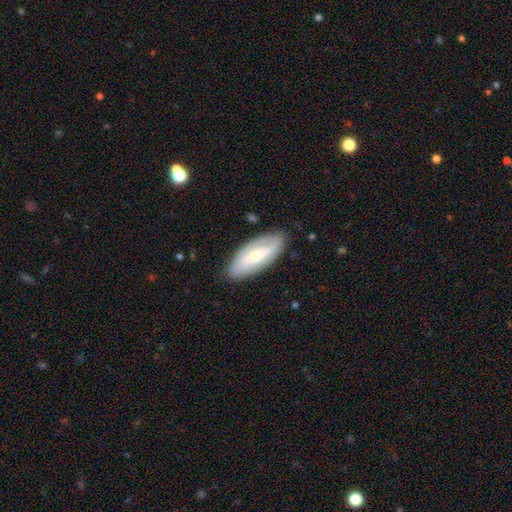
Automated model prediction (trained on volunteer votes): featured or disk 49%, smooth 45%, star or artifact 6%. Down the decision tree: merging — none (82%).